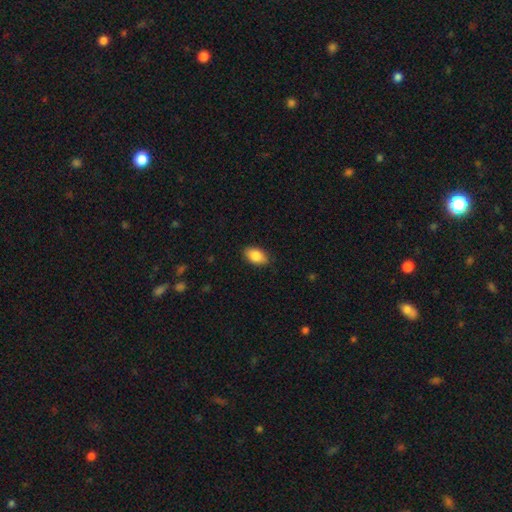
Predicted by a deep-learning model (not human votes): This is clearly a smooth galaxy (86%). How rounded: clearly in between (91%). Merging: clearly none (86%).